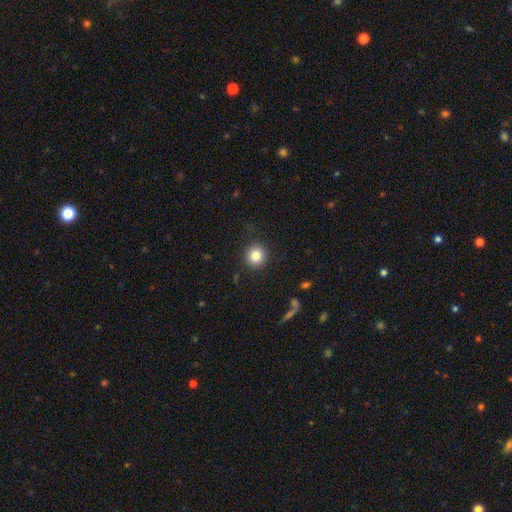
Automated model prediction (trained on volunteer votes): This appears to be a smooth galaxy with no disk features (83%) that is round (92%). Merging: none (89%).